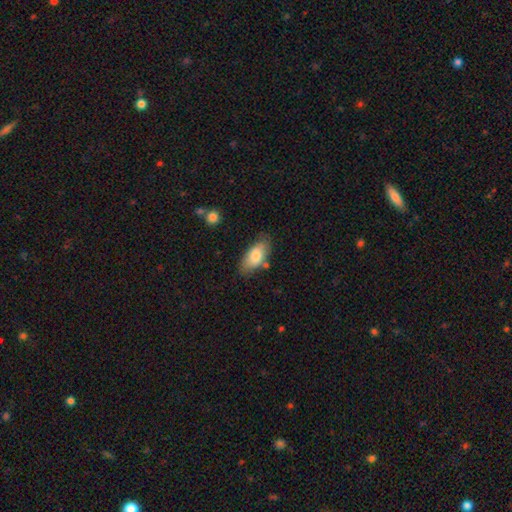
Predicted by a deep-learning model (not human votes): Smooth or featured?
  - smooth: 78% *
  - featured or disk: 16%
  - star or artifact: 6%
How rounded?
  - in between: 89% *
  - cigar-shaped: 8%
  - round: 3%
Merging?
  - none: 73% *
  - minor disturbance: 18%
  - merger: 5%
  - major disturbance: 4%